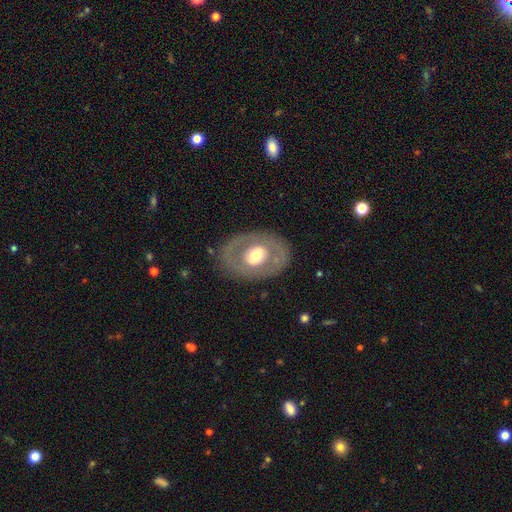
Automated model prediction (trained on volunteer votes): This appears to be a featured or disk galaxy (54%). Merging: none (80%).